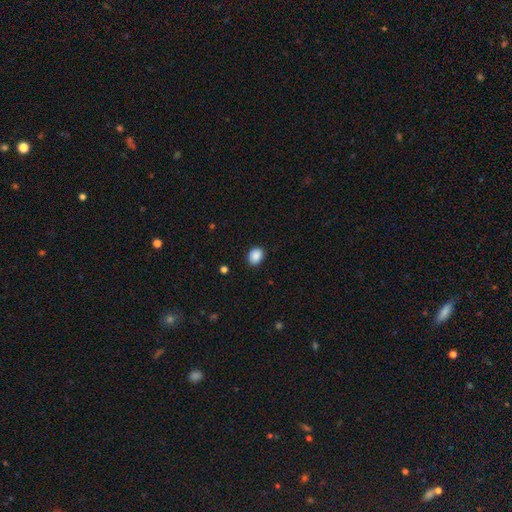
Smooth or featured? 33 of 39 (85%) said smooth. How rounded? 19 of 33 (58%) said in between. Merging? 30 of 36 (83%) said none.